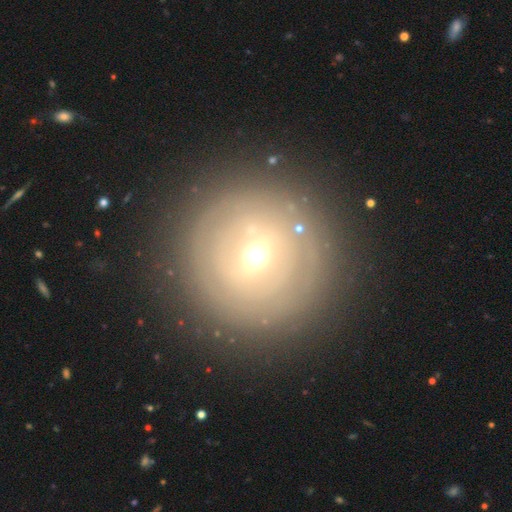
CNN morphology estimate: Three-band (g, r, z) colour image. It shows a featured or disk galaxy (54%) with no bar (54%), no spiral arms (61%) and a moderate central bulge (57%). Merging: none (84%).